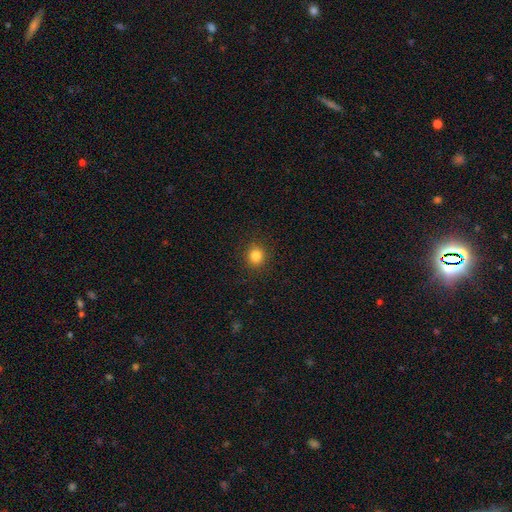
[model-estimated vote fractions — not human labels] Q: Smooth or featured?
A: smooth (84%); runner-up: star or artifact (12%)
Q: How rounded?
A: round (89%); runner-up: in between (10%)
Q: Merging?
A: none (91%); runner-up: minor disturbance (6%)